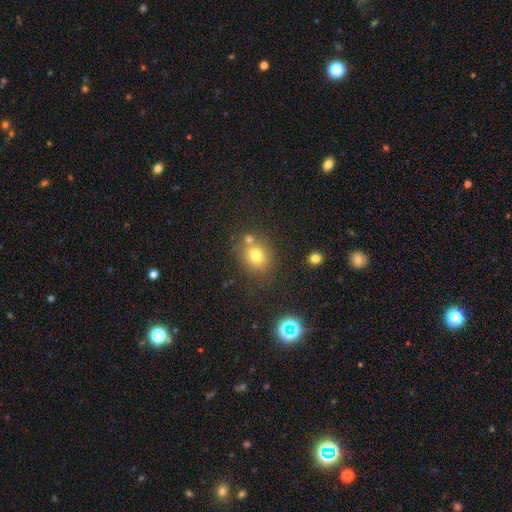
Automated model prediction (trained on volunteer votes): smooth 73%, star or artifact 16%, featured or disk 11%. Down the decision tree: how rounded — round (71%); merging — none (70%).